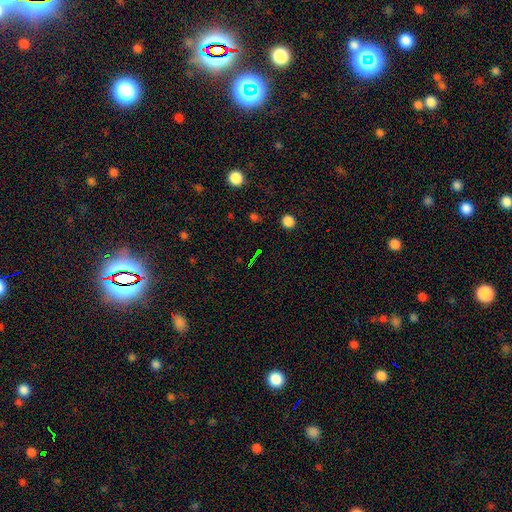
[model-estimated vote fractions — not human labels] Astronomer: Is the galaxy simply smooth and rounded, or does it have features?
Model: star or artifact — 69%.